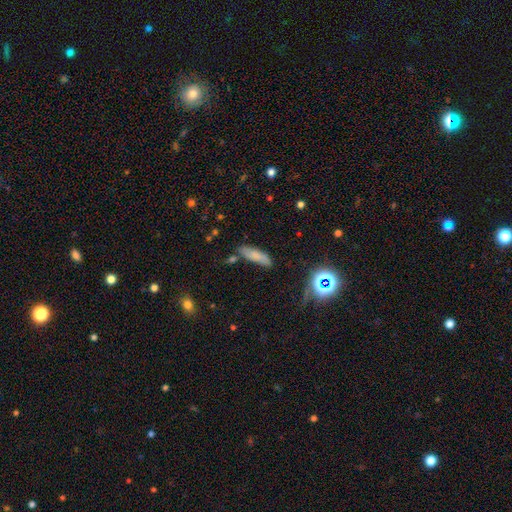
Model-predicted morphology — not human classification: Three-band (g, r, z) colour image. It shows a smooth galaxy with no disk features (75%) that is cigar-shaped (58%). Merging: none (73%).